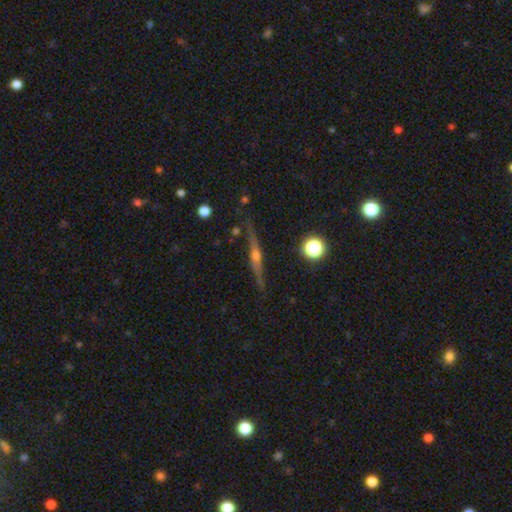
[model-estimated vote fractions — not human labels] Q: Smooth or featured?
A: featured or disk (80%); runner-up: smooth (12%)
Q: Edge-on disk?
A: yes (98%); runner-up: no (2%)
Q: Edge-on bulge?
A: rounded (91%); runner-up: none (5%)
Q: Merging?
A: none (87%); runner-up: minor disturbance (9%)